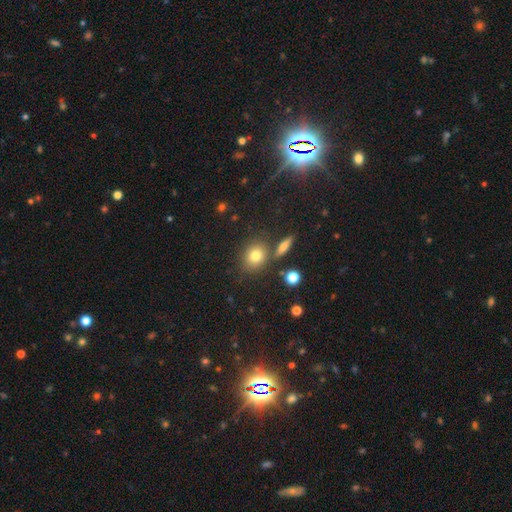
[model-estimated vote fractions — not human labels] smooth_or_featured: smooth (p=0.76) [alt: star or artifact p=0.13]
how_rounded: round (p=0.66) [alt: in between p=0.32]
merging: none (p=0.74) [alt: merger p=0.12]